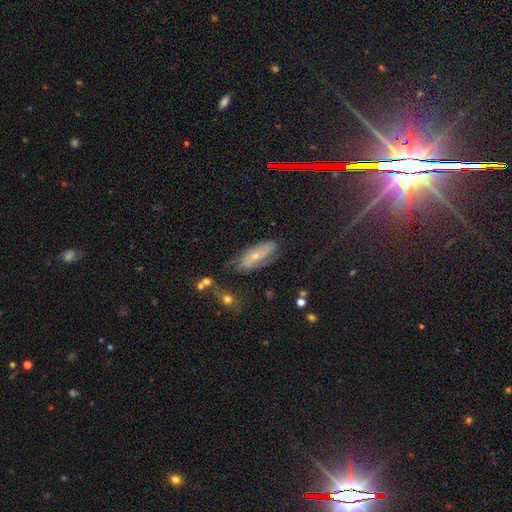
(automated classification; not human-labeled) This appears to be a featured or disk galaxy (54%). Merging: none (60%).